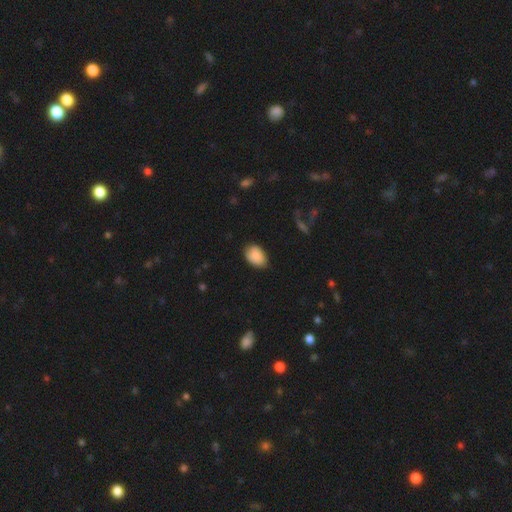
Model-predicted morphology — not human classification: This appears to be a smooth galaxy with no disk features (86%) that is in between round and cigar-shaped (84%). Merging: none (75%).